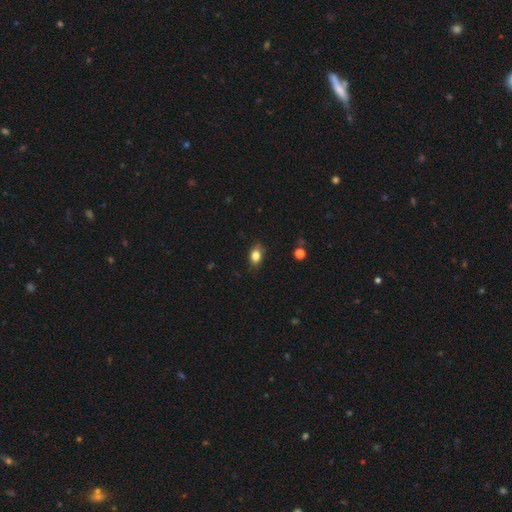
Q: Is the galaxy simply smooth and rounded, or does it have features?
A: smooth — 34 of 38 (89%).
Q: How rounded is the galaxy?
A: in between — 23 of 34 (68%).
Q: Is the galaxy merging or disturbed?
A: none — 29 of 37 (78%).